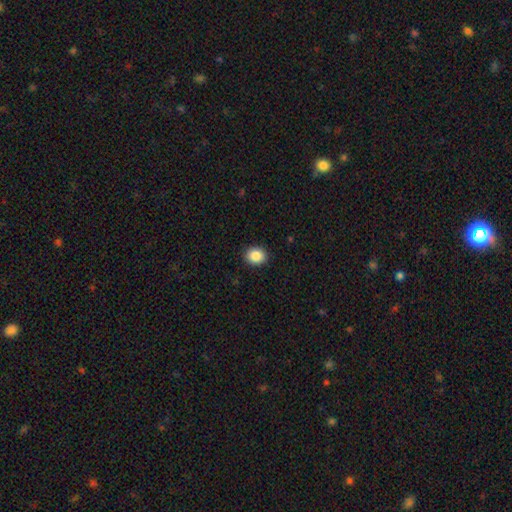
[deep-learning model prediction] The model was most divided on "how rounded": round: 66%, in between: 34%, cigar-shaped: 1%. More confident: merging — none (91%); smooth or featured — smooth (88%).